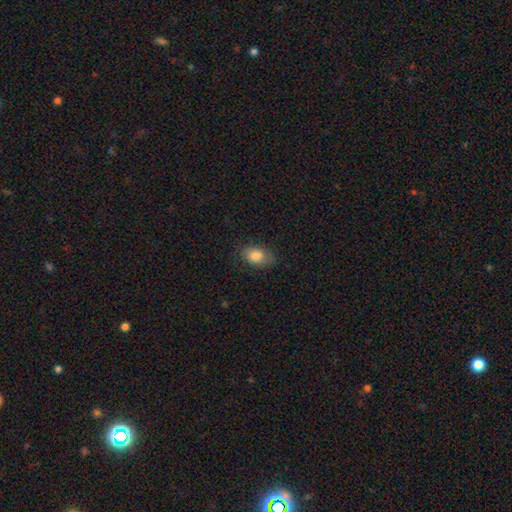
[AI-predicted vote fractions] smooth 82%, featured or disk 11%, star or artifact 7%. Down the decision tree: how rounded — in between (89%); merging — none (76%).